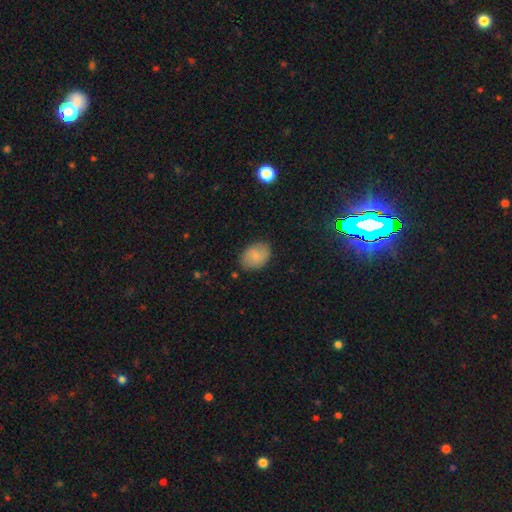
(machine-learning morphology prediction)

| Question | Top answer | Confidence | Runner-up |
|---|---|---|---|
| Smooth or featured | smooth | 81% | featured or disk (11%) |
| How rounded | in between | 76% | round (23%) |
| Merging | none | 82% | minor disturbance (13%) |